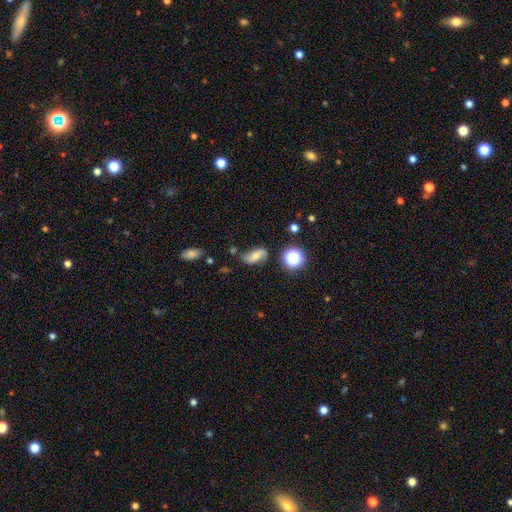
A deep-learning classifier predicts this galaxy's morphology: Overall: smooth (51%; featured or disk 34%). How rounded: in between (80%). Merging: none (61%; minor disturbance 25%).